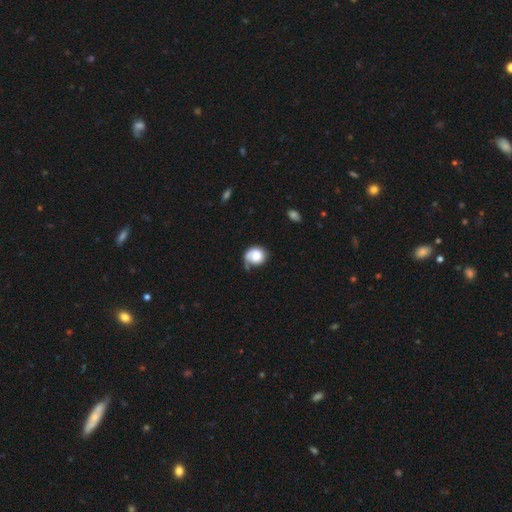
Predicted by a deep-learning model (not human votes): Smooth or featured?
  - smooth: 63% *
  - featured or disk: 29%
  - star or artifact: 7%
How rounded?
  - round: 71% *
  - in between: 28%
  - cigar-shaped: 1%
Merging?
  - none: 47% *
  - minor disturbance: 30%
  - major disturbance: 17%
  - merger: 6%